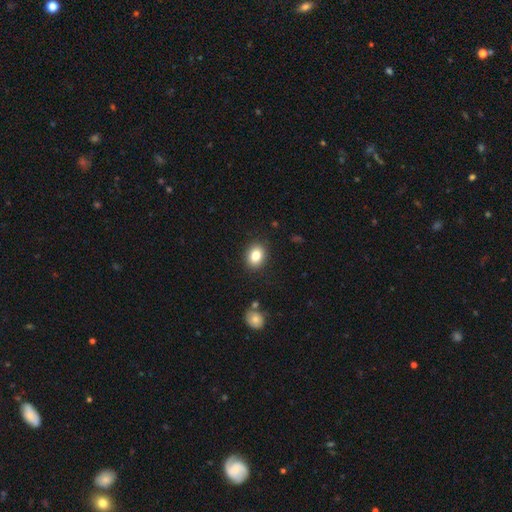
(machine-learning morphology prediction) The model was most divided on "how rounded": in between: 56%, round: 43%, cigar-shaped: 1%. More confident: merging — none (89%); smooth or featured — smooth (82%).